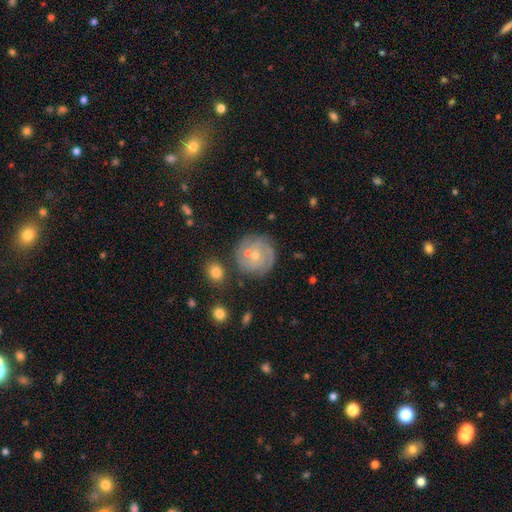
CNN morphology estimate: A featured or disk galaxy (69%) with no bar (75%), tight (71%) spiral arms (87%) and a small central bulge (63%).

Vote fractions:
- Smooth or featured? featured or disk: 69% / smooth: 21% / star or artifact: 10%
- Edge-on disk? no: 97% / yes: 3%
- Bar? no: 75% / weak: 21% / strong: 4%
- Spiral arms? yes: 87% / no: 13%
- Spiral winding? tight: 71% / medium: 22% / loose: 6%
- Spiral arm count? can't tell: 32% / 2: 28% / 3: 22% / 4: 7% / 1: 6% / more than 4: 5%
- Bulge size? small: 63% / moderate: 34% / none: 2% / large: 1% / dominant: 1%
- Merging? none: 78% / minor disturbance: 13% / merger: 6% / major disturbance: 4%